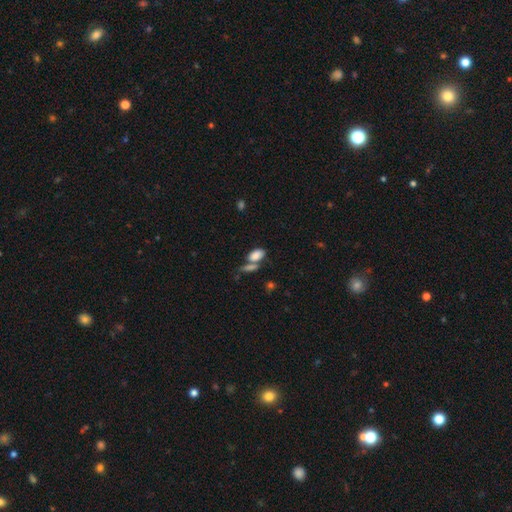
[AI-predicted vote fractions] smooth 83%, star or artifact 8%, featured or disk 8%. Down the decision tree: how rounded — in between (90%); merging — none (44%).